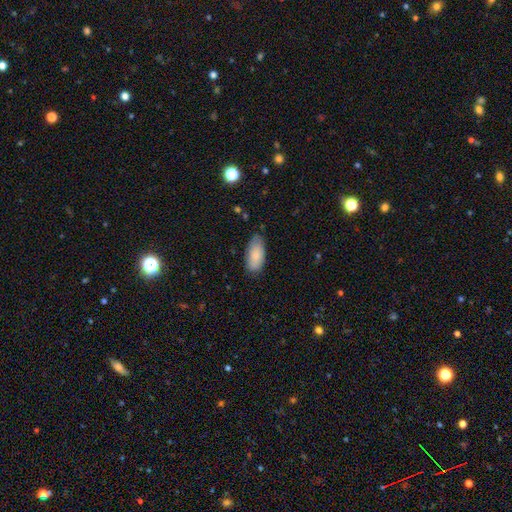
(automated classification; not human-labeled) This is clearly a smooth galaxy (84%). How rounded: clearly in between (91%). Merging: likely none (75%).